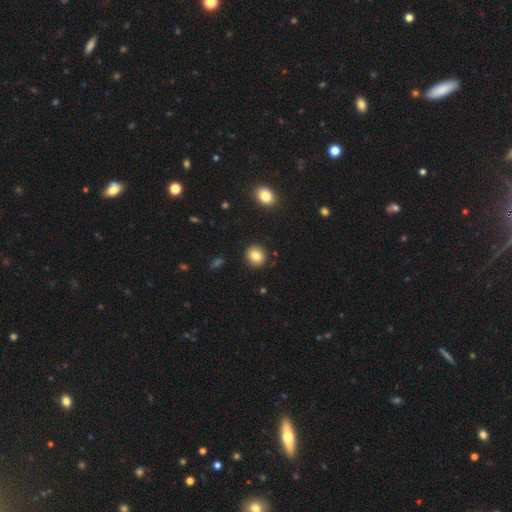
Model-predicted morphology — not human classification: A smooth galaxy with no disk features (82%) that is round (85%). Merging: none (91%).